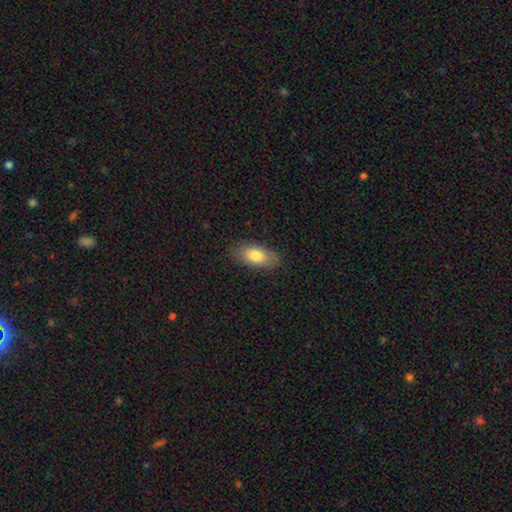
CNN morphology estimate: This is likely a smooth galaxy (78%). How rounded: clearly in between (90%). Merging: clearly none (85%).